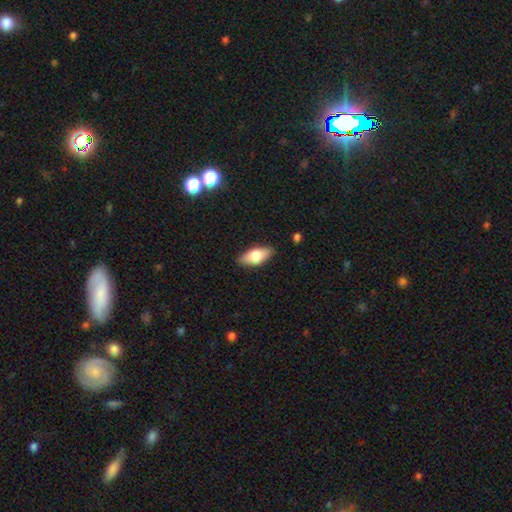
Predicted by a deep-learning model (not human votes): Smooth or featured? Predicted: smooth (p=0.72). How rounded? Predicted: in between (p=0.86). Merging? Predicted: none (p=0.87).